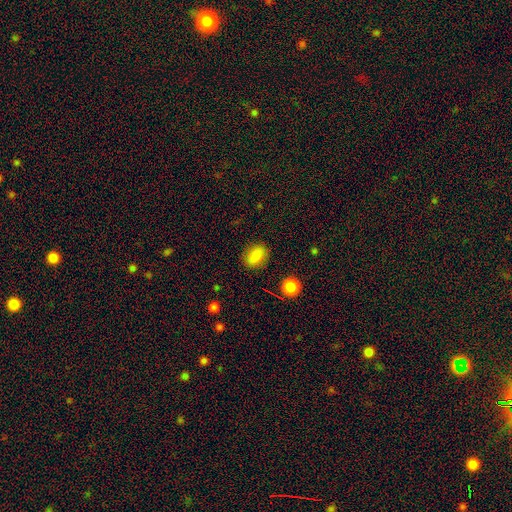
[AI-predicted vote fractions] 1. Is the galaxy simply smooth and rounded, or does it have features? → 84% smooth, 9% star or artifact, 7% featured or disk.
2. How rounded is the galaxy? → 70% in between, 28% round, 2% cigar-shaped.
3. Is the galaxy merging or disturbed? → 86% none, 9% minor disturbance, 3% major disturbance, 1% merger.